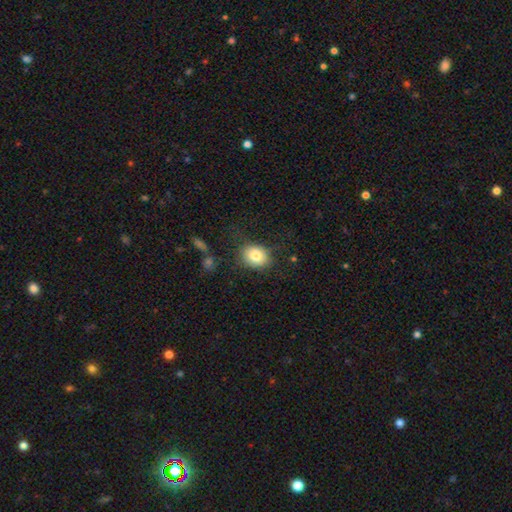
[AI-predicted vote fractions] smooth 80%, featured or disk 10%, star or artifact 10%. Down the decision tree: how rounded — round (53%); merging — none (75%).